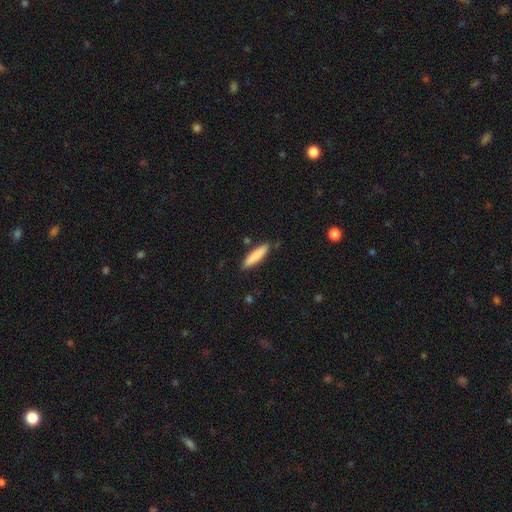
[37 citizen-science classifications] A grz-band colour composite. It shows a smooth galaxy with no disk features (86%) that is cigar-shaped (78%). Merging: none (92%).